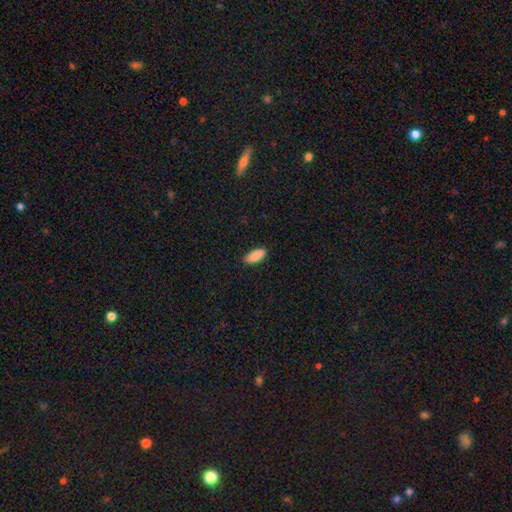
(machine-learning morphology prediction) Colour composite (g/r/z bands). It shows a smooth galaxy with no disk features (89%) that is in between round and cigar-shaped (82%). Merging: none (88%).